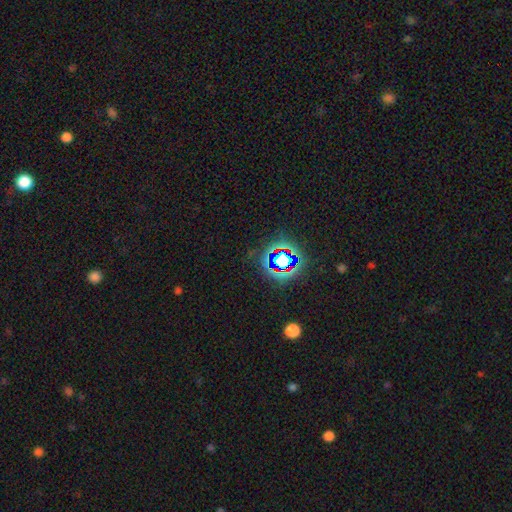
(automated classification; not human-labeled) star or artifact 78%, smooth 13%, featured or disk 9%.